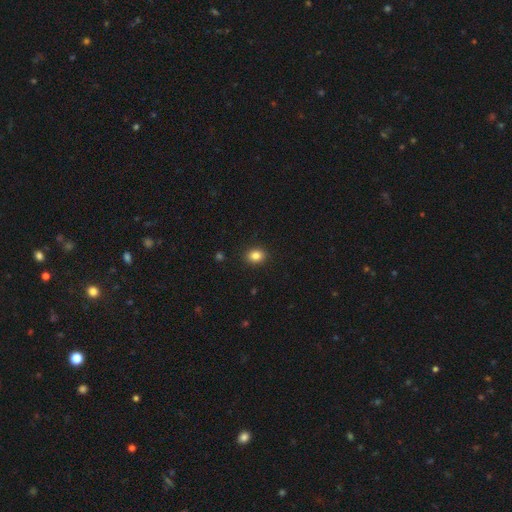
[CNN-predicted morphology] Overall: smooth (85%). How rounded: round (54%; in between 45%). Merging: none (91%).